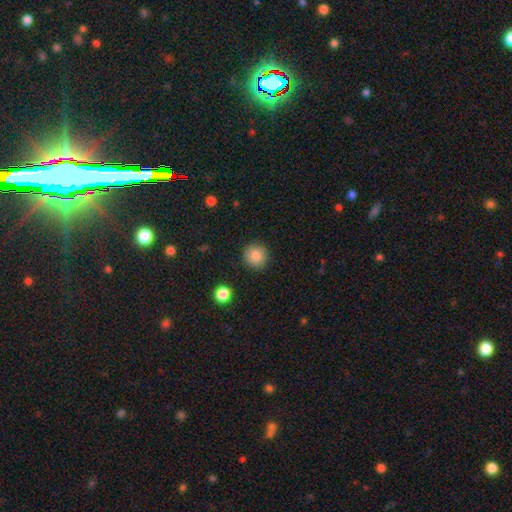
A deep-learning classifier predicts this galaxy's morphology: Q: Smooth or featured?
A: smooth (86%); runner-up: star or artifact (10%)
Q: How rounded?
A: round (93%); runner-up: in between (6%)
Q: Merging?
A: none (90%); runner-up: minor disturbance (6%)